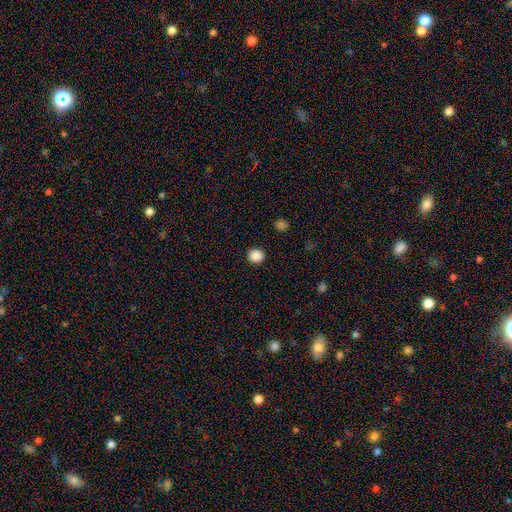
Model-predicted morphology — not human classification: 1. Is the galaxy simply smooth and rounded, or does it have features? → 88% smooth, 10% star or artifact, 3% featured or disk.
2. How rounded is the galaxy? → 90% round, 9% in between, 1% cigar-shaped.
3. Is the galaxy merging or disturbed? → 93% none, 5% minor disturbance, 2% major disturbance, 1% merger.